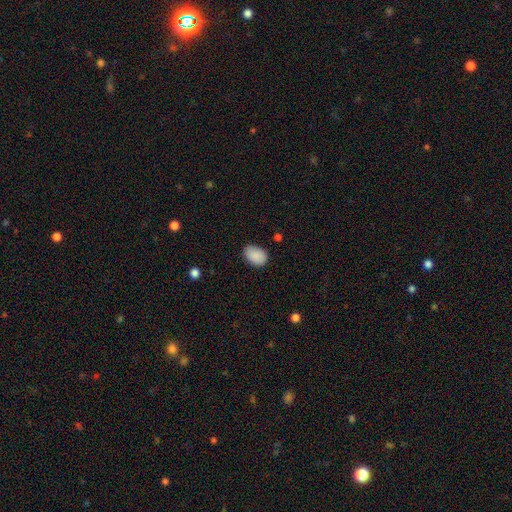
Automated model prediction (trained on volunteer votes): Smooth or featured?
  - smooth: 89% *
  - star or artifact: 7%
  - featured or disk: 4%
How rounded?
  - in between: 84% *
  - round: 15%
  - cigar-shaped: 1%
Merging?
  - none: 80% *
  - minor disturbance: 16%
  - major disturbance: 3%
  - merger: 1%